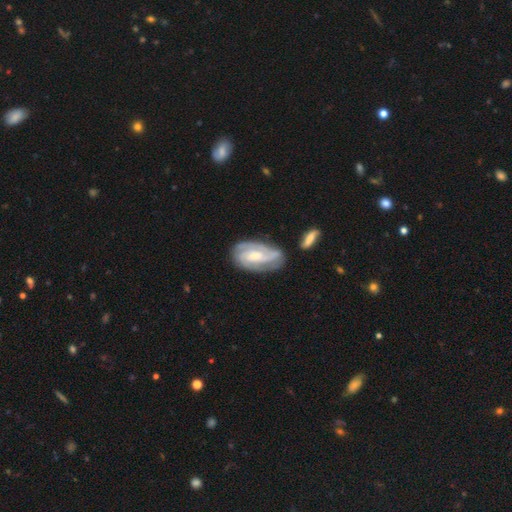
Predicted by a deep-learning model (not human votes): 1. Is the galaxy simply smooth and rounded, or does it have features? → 82% featured or disk, 13% smooth, 5% star or artifact.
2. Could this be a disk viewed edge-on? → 96% no, 4% yes.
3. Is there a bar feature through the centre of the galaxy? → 49% no, 39% weak, 11% strong.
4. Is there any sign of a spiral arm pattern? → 95% yes, 5% no.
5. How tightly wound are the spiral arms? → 57% tight, 35% medium, 8% loose.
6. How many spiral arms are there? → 37% 2, 29% 3, 21% can't tell, 7% 4, 4% 1, 3% more than 4.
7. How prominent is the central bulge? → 50% small, 43% moderate, 3% large, 3% none, 1% dominant.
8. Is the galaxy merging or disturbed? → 66% none, 21% minor disturbance, 7% major disturbance, 6% merger.